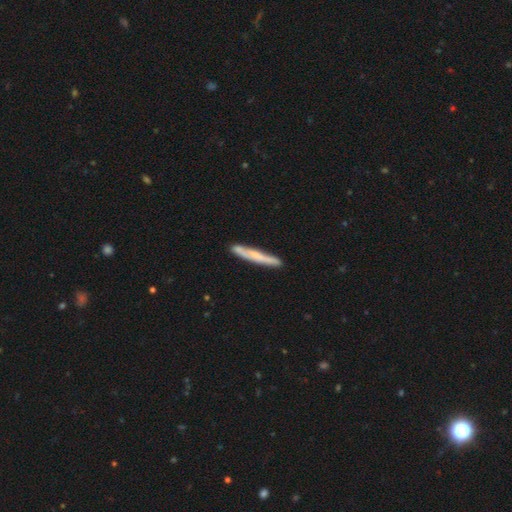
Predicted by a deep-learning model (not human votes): Smooth or featured?
  - smooth: 55% *
  - featured or disk: 39%
  - star or artifact: 6%
How rounded?
  - cigar-shaped: 96% *
  - in between: 3%
  - round: 1%
Merging?
  - none: 84% *
  - minor disturbance: 11%
  - merger: 3%
  - major disturbance: 2%